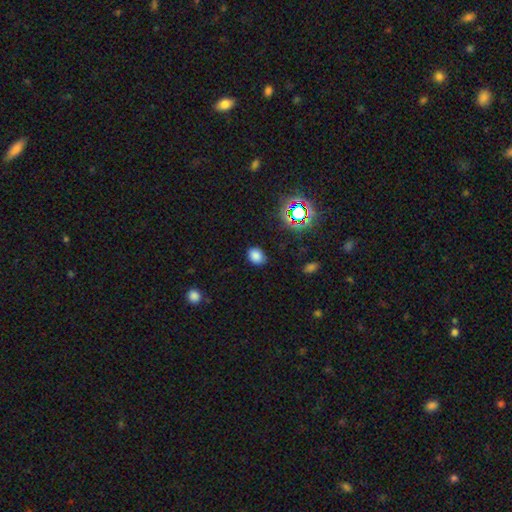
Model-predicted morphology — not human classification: A smooth galaxy with no disk features (79%) that is in between round and cigar-shaped (64%). Merging: none (84%).